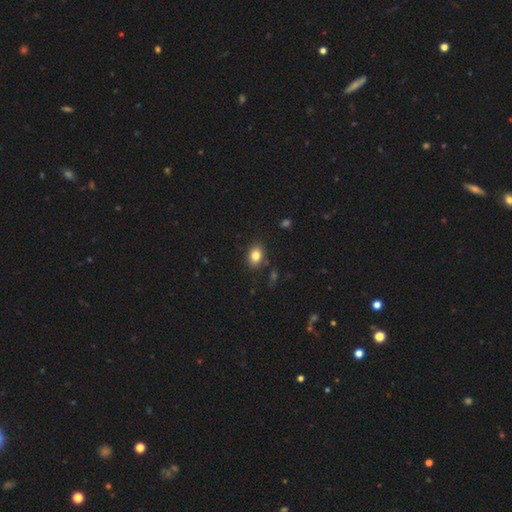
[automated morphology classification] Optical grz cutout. It shows a smooth galaxy with no disk features (82%) that is in between round and cigar-shaped (76%). Merging: none (84%).